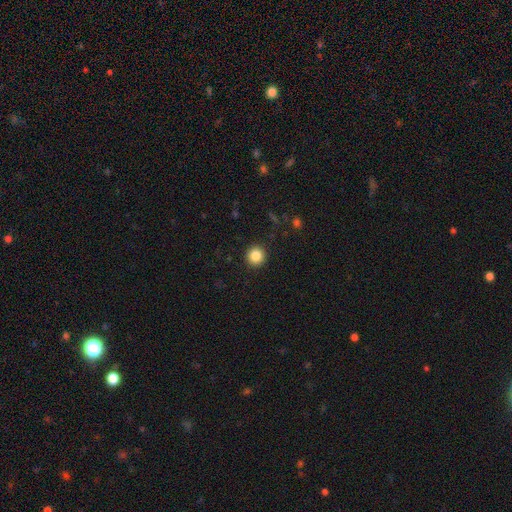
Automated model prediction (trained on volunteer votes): smooth-or-featured: smooth: 85% | star or artifact: 10% | featured or disk: 4%
  how-rounded: round: 94% | in between: 5% | cigar-shaped: 1%
  merging: none: 92% | minor disturbance: 5% | major disturbance: 2% | merger: 1%